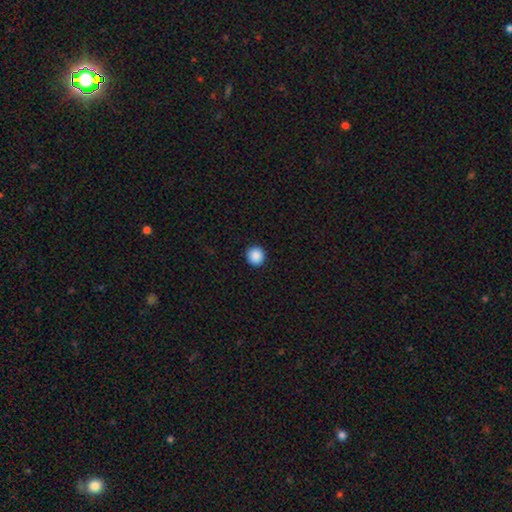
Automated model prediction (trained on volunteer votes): Smooth or featured?
  - smooth: 89% *
  - star or artifact: 9%
  - featured or disk: 2%
How rounded?
  - round: 94% *
  - in between: 5%
  - cigar-shaped: 1%
Merging?
  - none: 93% *
  - minor disturbance: 4%
  - major disturbance: 1%
  - merger: 1%